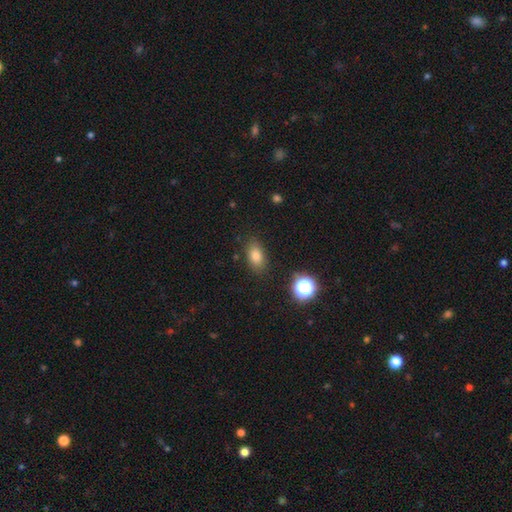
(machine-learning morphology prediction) The model was most divided on "smooth or featured": smooth: 79%, star or artifact: 12%, featured or disk: 8%. More confident: merging — none (85%); how rounded — in between (84%).